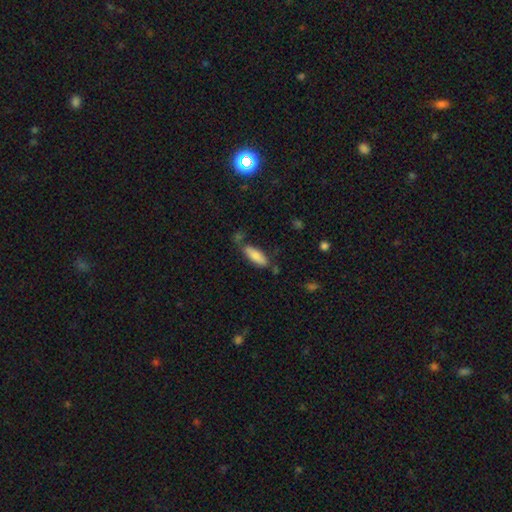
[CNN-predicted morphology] Q: Smooth or featured?
A: smooth (81%); runner-up: featured or disk (12%)
Q: How rounded?
A: in between (63%); runner-up: cigar-shaped (36%)
Q: Merging?
A: none (65%); runner-up: minor disturbance (21%)